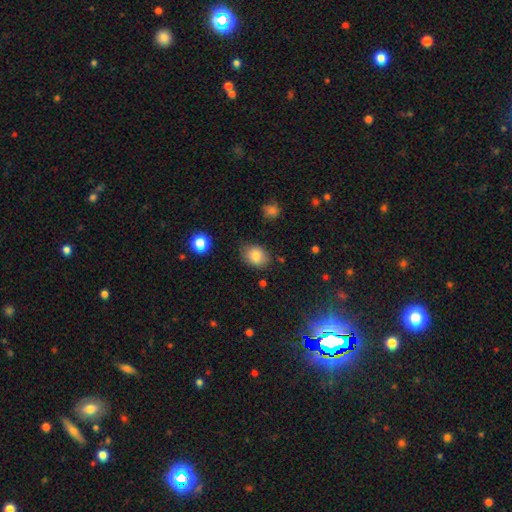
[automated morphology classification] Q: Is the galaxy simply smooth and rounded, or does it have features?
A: smooth — 83%.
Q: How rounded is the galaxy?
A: in between — 61%.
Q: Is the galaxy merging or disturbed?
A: none — 75%.